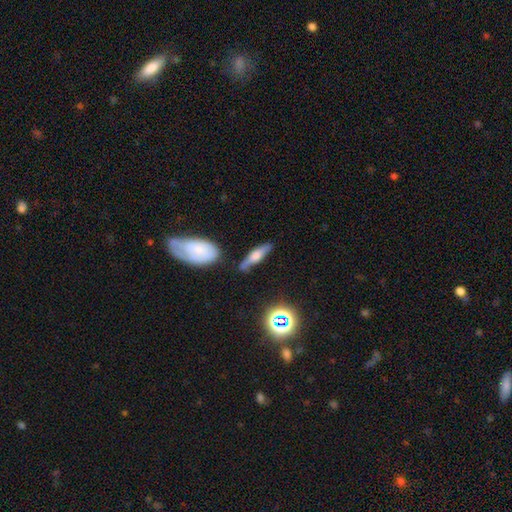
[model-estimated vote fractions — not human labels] Smooth or featured: featured or disk — 49% (smooth — 42%)
Merging: none — 72% (minor disturbance — 17%)